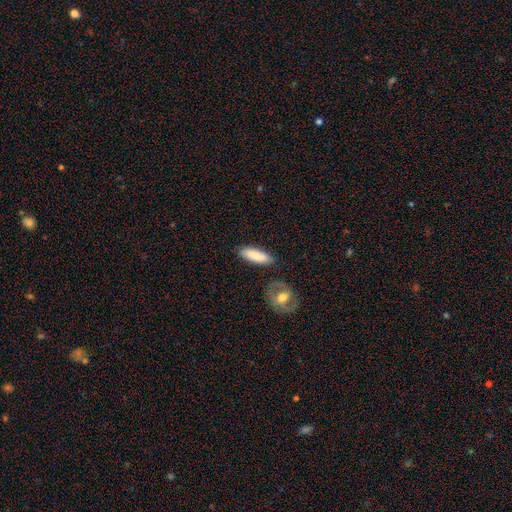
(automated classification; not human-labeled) Q: Smooth or featured?
A: smooth (83%); runner-up: featured or disk (11%)
Q: How rounded?
A: in between (54%); runner-up: cigar-shaped (44%)
Q: Merging?
A: none (80%); runner-up: minor disturbance (13%)